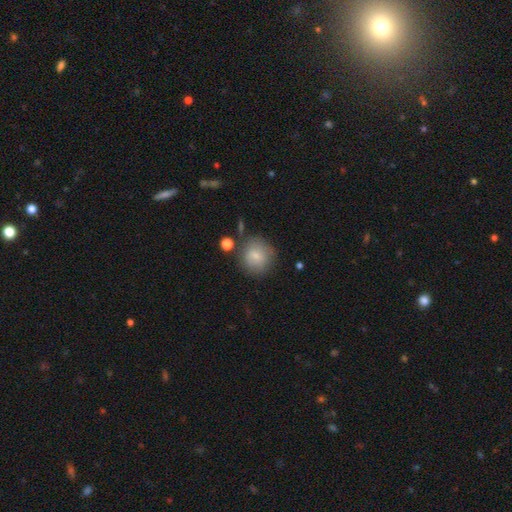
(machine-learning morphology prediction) type=smooth (78%); roundness=round (87%); merging=none (72%).